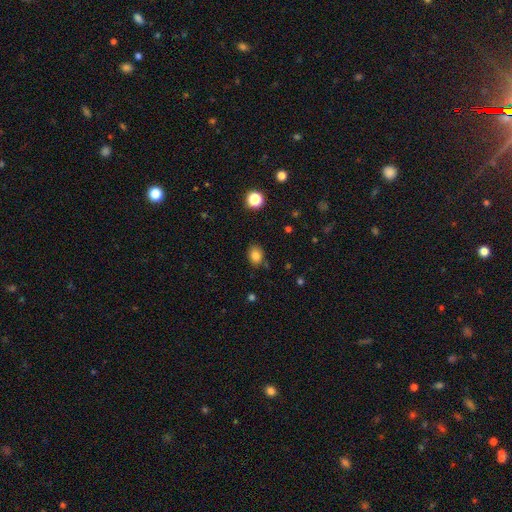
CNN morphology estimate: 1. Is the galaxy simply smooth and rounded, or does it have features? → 82% smooth, 12% star or artifact, 6% featured or disk.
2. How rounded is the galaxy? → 56% in between, 43% round, 1% cigar-shaped.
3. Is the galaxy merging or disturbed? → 81% none, 14% minor disturbance, 3% major disturbance, 3% merger.